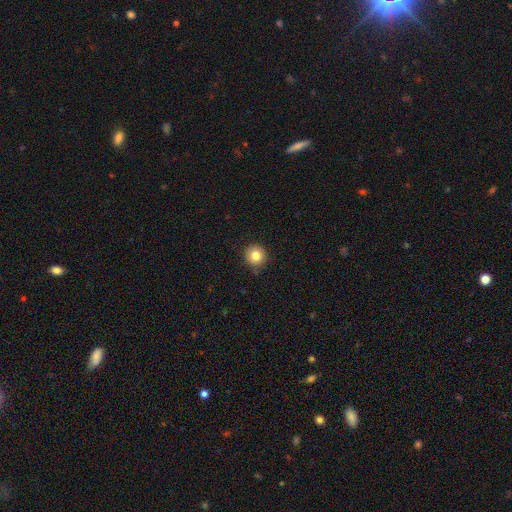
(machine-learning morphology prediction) Smooth or featured: smooth — 81% (star or artifact — 11%)
How rounded: round — 94% (in between — 5%)
Merging: none — 89% (minor disturbance — 8%)